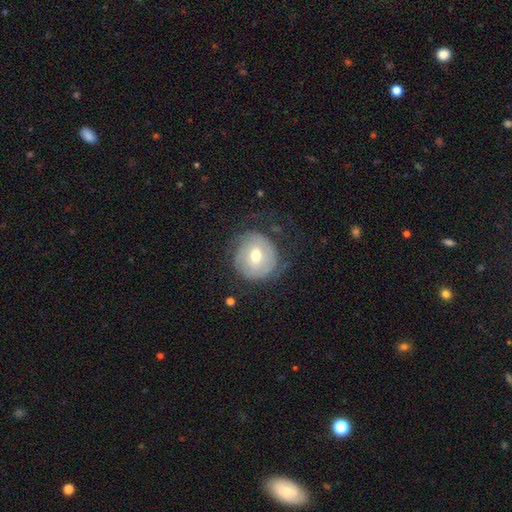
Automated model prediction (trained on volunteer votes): The model was most divided on "smooth or featured": featured or disk: 48%, smooth: 44%, star or artifact: 8%. More confident: merging — none (64%).